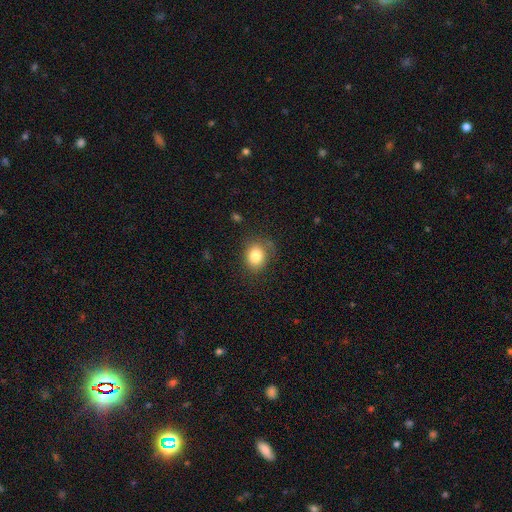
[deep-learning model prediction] smooth-or-featured: smooth: 82% | star or artifact: 10% | featured or disk: 8%
  how-rounded: round: 61% | in between: 38% | cigar-shaped: 1%
  merging: none: 74% | minor disturbance: 18% | major disturbance: 6% | merger: 2%